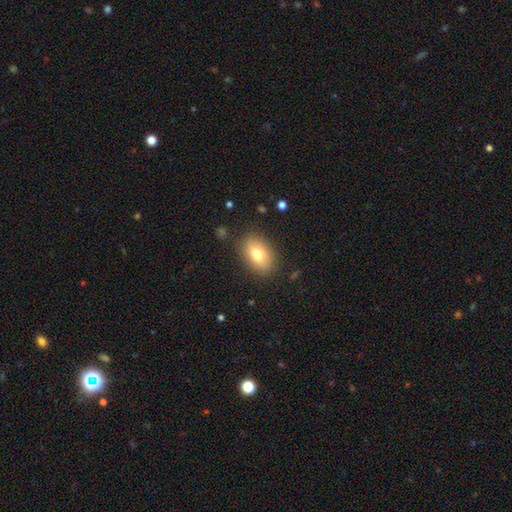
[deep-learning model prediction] Q: Smooth or featured?
A: smooth (75%); runner-up: featured or disk (15%)
Q: How rounded?
A: in between (84%); runner-up: round (14%)
Q: Merging?
A: none (86%); runner-up: minor disturbance (10%)